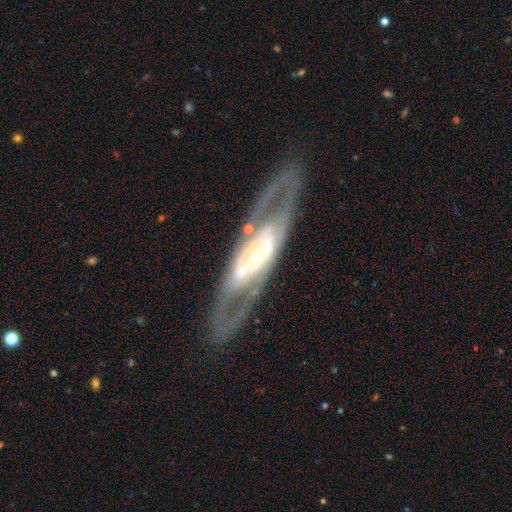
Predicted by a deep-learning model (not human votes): A featured or disk galaxy (82%) with no bar (51%), spiral arms (56%) and a moderate central bulge (48%).

Vote fractions:
- Smooth or featured? featured or disk: 82% / smooth: 13% / star or artifact: 5%
- Edge-on disk? no: 77% / yes: 23%
- Bar? no: 51% / strong: 26% / weak: 23%
- Spiral arms? yes: 56% / no: 44%
- Bulge size? moderate: 48% / small: 41% / large: 8% / dominant: 2% / none: 1%
- Merging? none: 77% / minor disturbance: 12% / major disturbance: 9% / merger: 2%